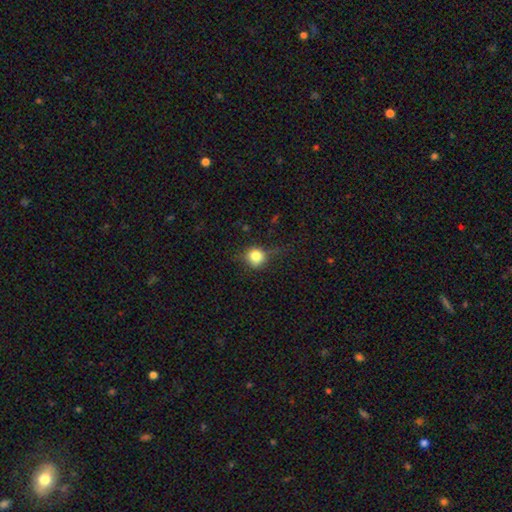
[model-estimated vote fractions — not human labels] Smooth or featured: smooth — 75% (featured or disk — 14%)
How rounded: round — 82% (in between — 17%)
Merging: none — 66% (minor disturbance — 23%)